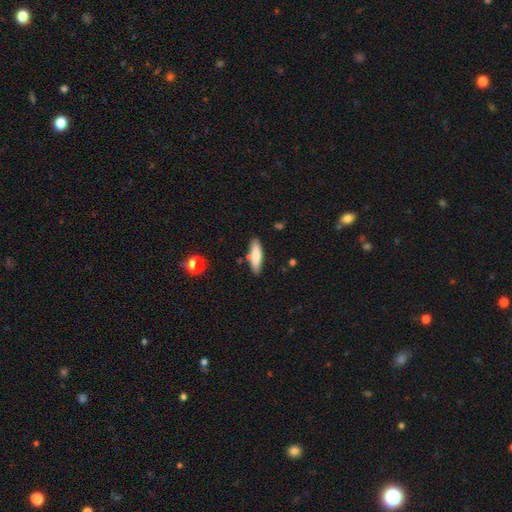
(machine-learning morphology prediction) The model was most divided on "how rounded": cigar-shaped: 60%, in between: 38%, round: 2%. More confident: smooth or featured — smooth (80%); merging — none (79%).